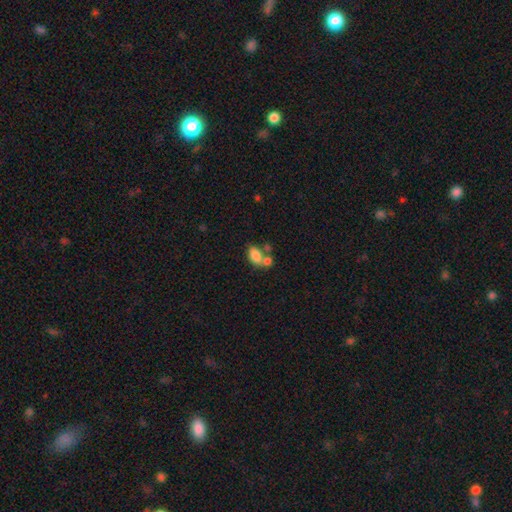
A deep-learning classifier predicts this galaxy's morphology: Smooth or featured? smooth (80%)
How rounded? in between (88%)
Merging? merger (49%)